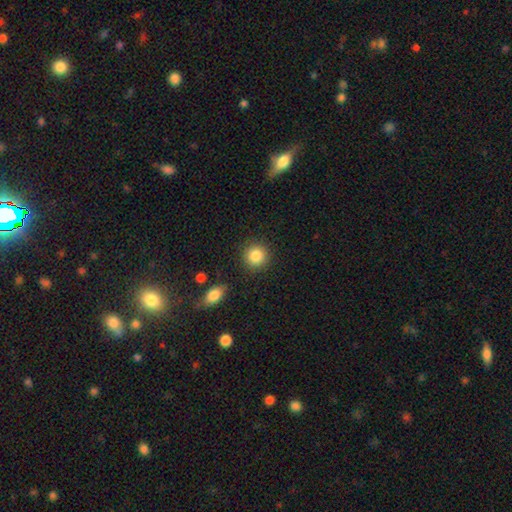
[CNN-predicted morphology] Smooth or featured: smooth — 85% (star or artifact — 9%)
How rounded: round — 93% (in between — 7%)
Merging: none — 89% (minor disturbance — 7%)